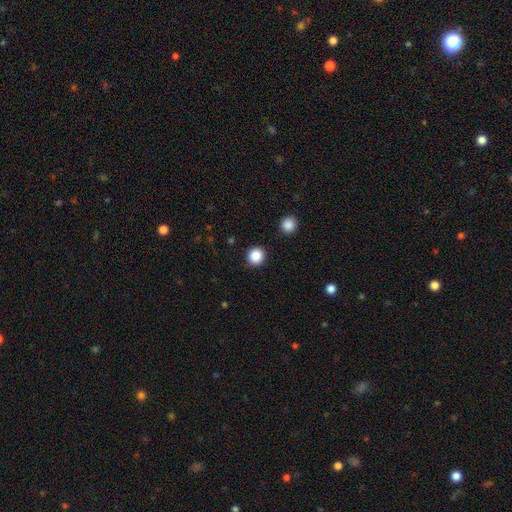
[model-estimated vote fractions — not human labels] Smooth or featured? smooth (87%)
How rounded? round (93%)
Merging? none (90%)